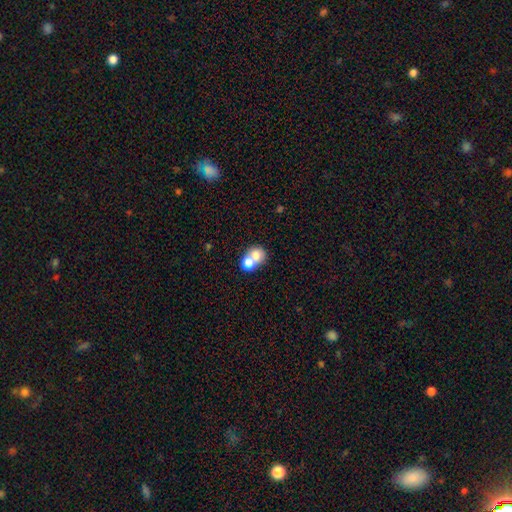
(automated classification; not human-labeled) smooth-or-featured: smooth: 72% | featured or disk: 18% | star or artifact: 10%
  how-rounded: round: 66% | in between: 33% | cigar-shaped: 1%
  merging: merger: 65% | none: 26% | minor disturbance: 6% | major disturbance: 3%